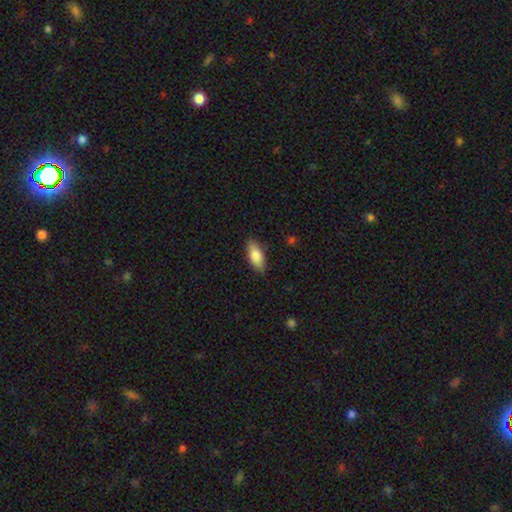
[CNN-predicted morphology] type=smooth (79%); roundness=in between (81%); merging=none (87%).